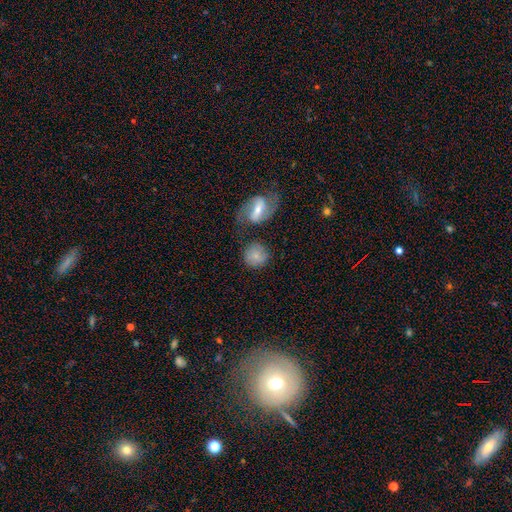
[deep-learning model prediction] smooth 60%, featured or disk 32%, star or artifact 8%. Down the decision tree: how rounded — round (84%); merging — none (62%).